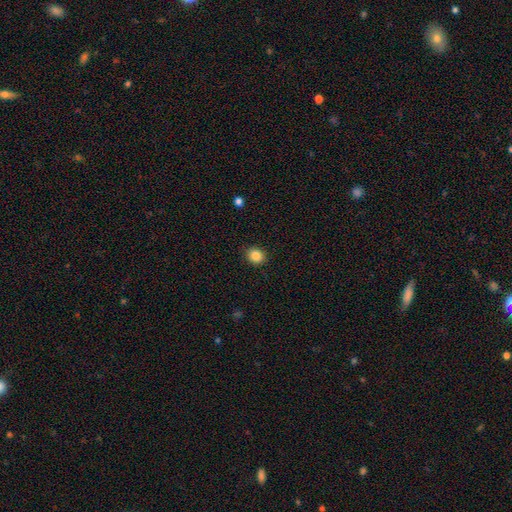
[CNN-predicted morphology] smooth_or_featured: smooth (p=0.86) [alt: star or artifact p=0.10]
how_rounded: round (p=0.72) [alt: in between p=0.28]
merging: none (p=0.89) [alt: minor disturbance p=0.08]